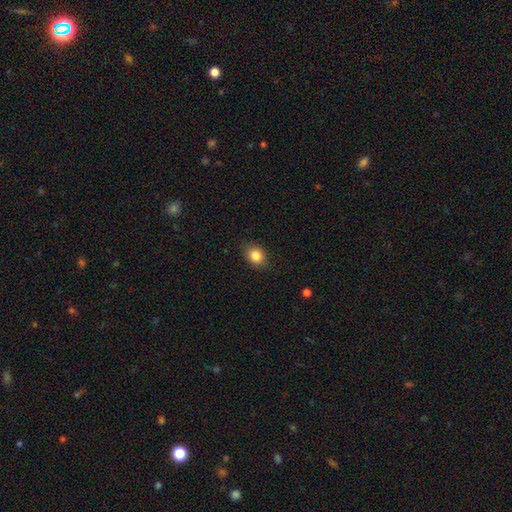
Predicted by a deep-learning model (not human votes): This appears to be a smooth galaxy with no disk features (85%) that is in between round and cigar-shaped (54%). Merging: none (85%).